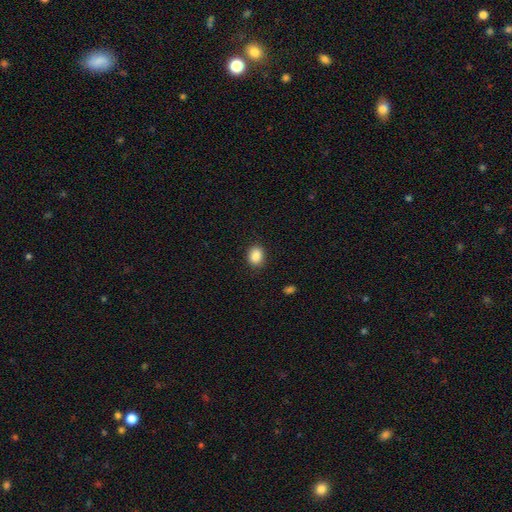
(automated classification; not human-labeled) The model was most divided on "how rounded": in between: 60%, round: 38%, cigar-shaped: 1%. More confident: smooth or featured — smooth (88%); merging — none (87%).